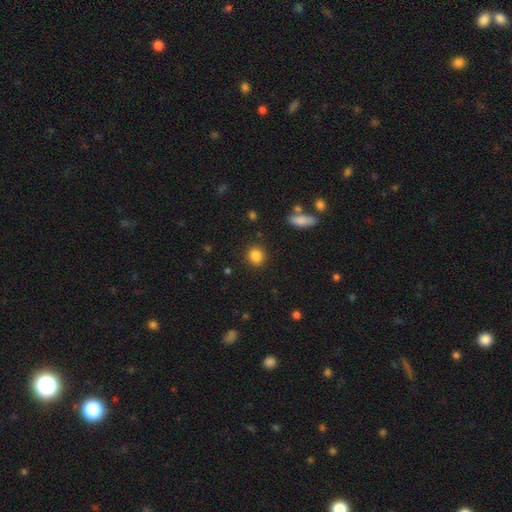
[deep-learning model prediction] smooth_or_featured: smooth (p=0.86) [alt: star or artifact p=0.10]
how_rounded: round (p=0.71) [alt: in between p=0.27]
merging: none (p=0.87) [alt: minor disturbance p=0.08]